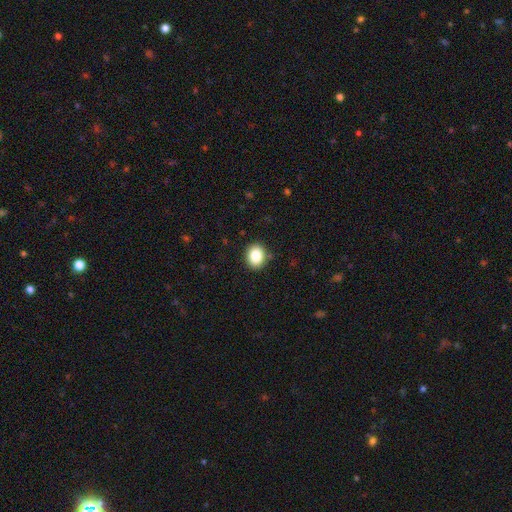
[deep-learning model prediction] Smooth or featured?
  - smooth: 86% *
  - star or artifact: 9%
  - featured or disk: 5%
How rounded?
  - round: 51% *
  - in between: 48%
  - cigar-shaped: 1%
Merging?
  - none: 88% *
  - minor disturbance: 8%
  - major disturbance: 2%
  - merger: 1%